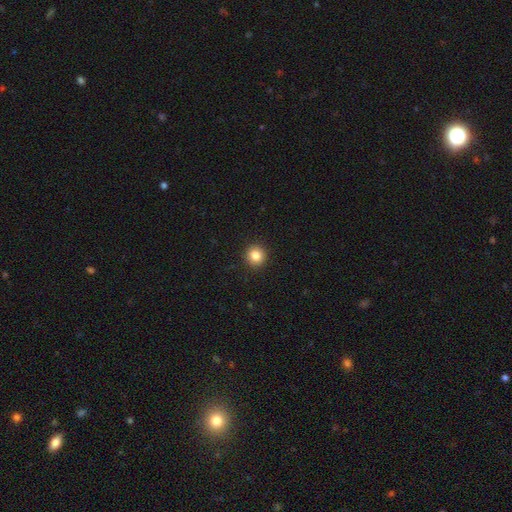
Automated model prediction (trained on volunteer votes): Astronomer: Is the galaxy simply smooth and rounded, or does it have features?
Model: smooth — 84%.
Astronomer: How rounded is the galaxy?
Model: round — 93%.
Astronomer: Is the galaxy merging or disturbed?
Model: none — 93%.